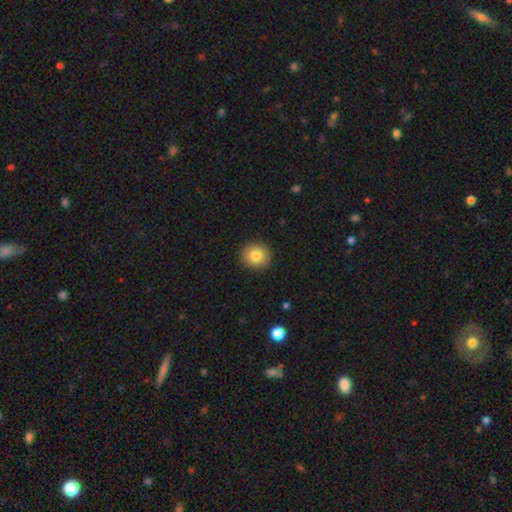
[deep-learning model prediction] smooth_or_featured: smooth (p=0.82) [alt: star or artifact p=0.10]
how_rounded: round (p=0.89) [alt: in between p=0.10]
merging: none (p=0.92) [alt: minor disturbance p=0.06]